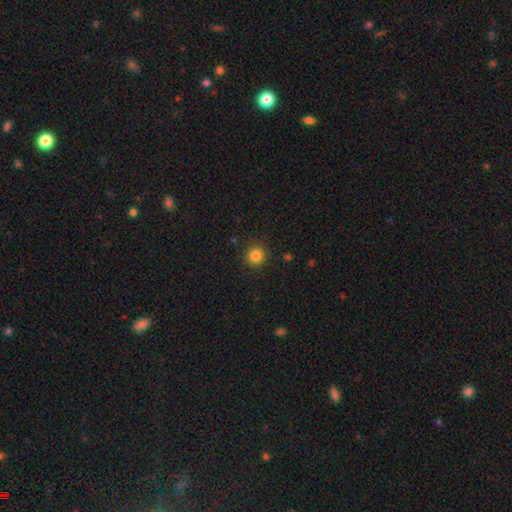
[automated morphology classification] Smooth or featured?
  - smooth: 84% *
  - star or artifact: 12%
  - featured or disk: 4%
How rounded?
  - round: 94% *
  - in between: 5%
  - cigar-shaped: 1%
Merging?
  - none: 90% *
  - minor disturbance: 6%
  - major disturbance: 2%
  - merger: 1%